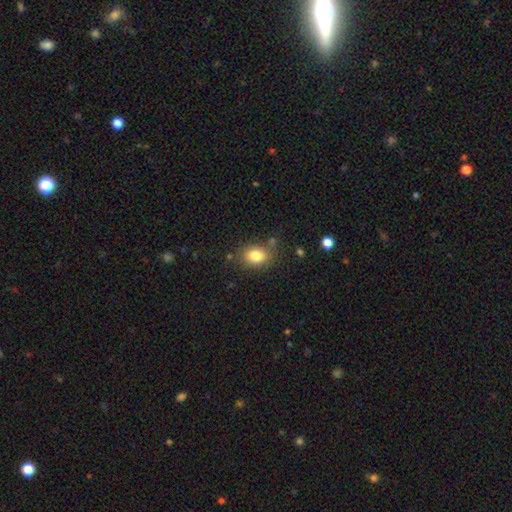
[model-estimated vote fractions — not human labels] The model was most divided on "how rounded": in between: 65%, round: 34%, cigar-shaped: 1%. More confident: smooth or featured — smooth (82%); merging — none (76%).